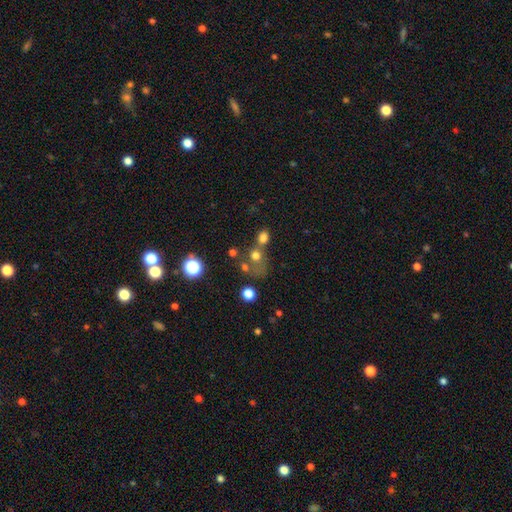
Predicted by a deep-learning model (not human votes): The model was most divided on "merging": merger: 42%, none: 39%, minor disturbance: 10%, major disturbance: 9%. More confident: how rounded — round (74%); smooth or featured — smooth (66%).